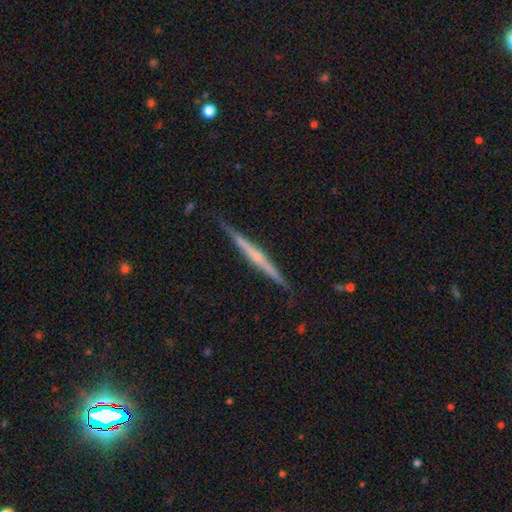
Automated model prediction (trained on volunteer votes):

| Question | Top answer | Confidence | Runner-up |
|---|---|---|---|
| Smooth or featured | featured or disk | 71% | smooth (24%) |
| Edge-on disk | yes | 98% | no (2%) |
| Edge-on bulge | none | 50% | rounded (40%) |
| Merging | none | 89% | minor disturbance (8%) |